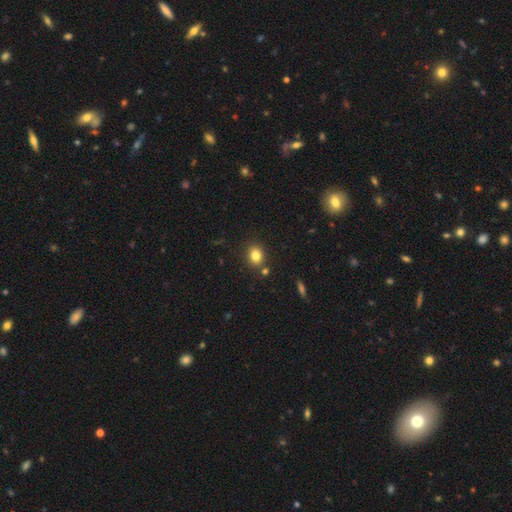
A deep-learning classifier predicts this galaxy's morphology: Smooth or featured?
  - smooth: 81% *
  - star or artifact: 11%
  - featured or disk: 7%
How rounded?
  - round: 60% *
  - in between: 38%
  - cigar-shaped: 1%
Merging?
  - none: 81% *
  - minor disturbance: 10%
  - merger: 7%
  - major disturbance: 3%